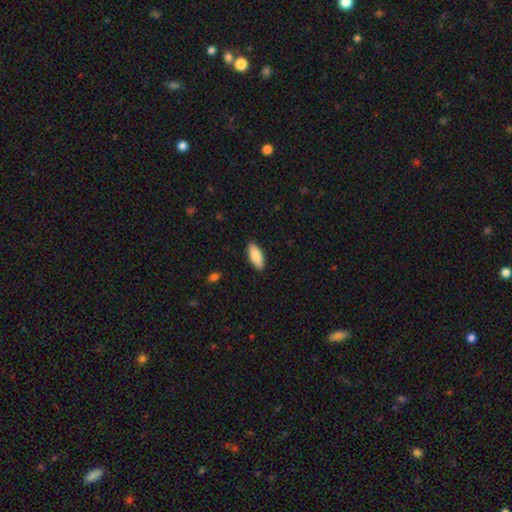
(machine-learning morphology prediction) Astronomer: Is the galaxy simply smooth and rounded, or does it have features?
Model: smooth — 84%.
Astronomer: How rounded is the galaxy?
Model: in between — 83%.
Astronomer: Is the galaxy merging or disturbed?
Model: none — 89%.